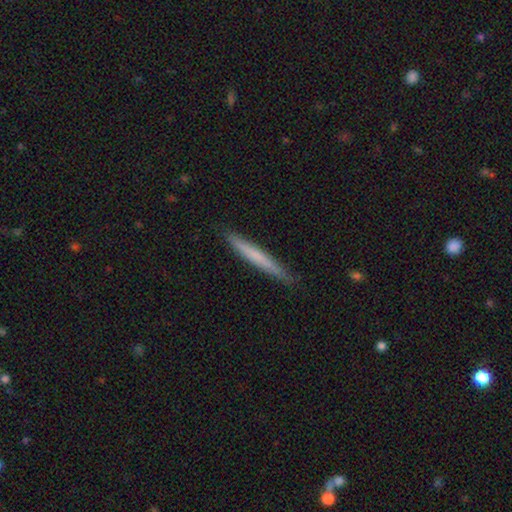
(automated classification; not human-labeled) This is likely a smooth galaxy (63%). How rounded: clearly cigar-shaped (97%). Merging: clearly none (89%).